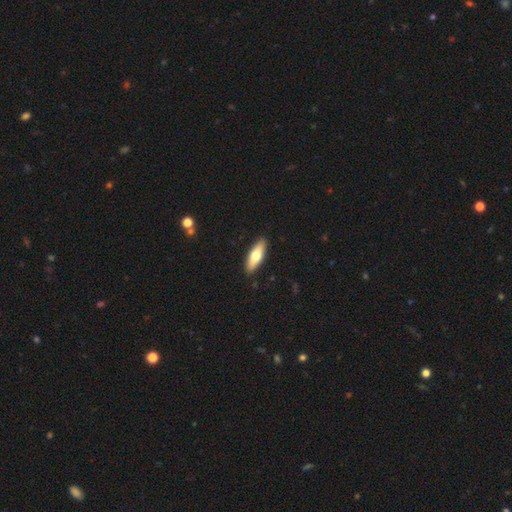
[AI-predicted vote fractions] Smooth or featured? Predicted: smooth (p=0.65). How rounded? Predicted: in between (p=0.52). Merging? Predicted: none (p=0.90).